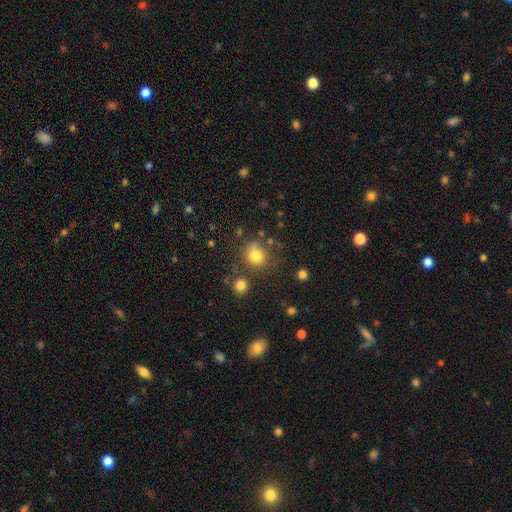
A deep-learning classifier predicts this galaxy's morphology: The model was most divided on "merging": none: 67%, minor disturbance: 17%, merger: 10%, major disturbance: 7%. More confident: how rounded — round (82%); smooth or featured — smooth (79%).